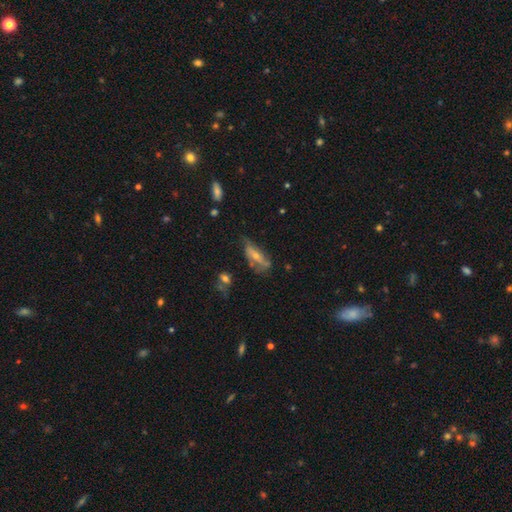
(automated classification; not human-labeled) Smooth or featured? Predicted: featured or disk (p=0.52). Edge-on disk? Predicted: no (p=0.67). Merging? Predicted: none (p=0.40).